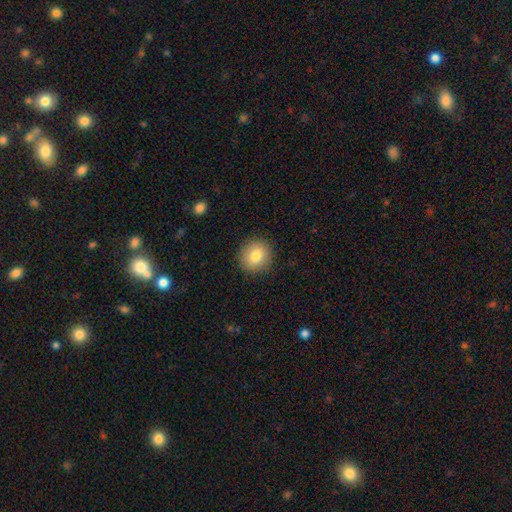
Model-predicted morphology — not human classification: Smooth or featured: smooth — 81% (featured or disk — 10%)
How rounded: round — 89% (in between — 10%)
Merging: none — 90% (minor disturbance — 7%)